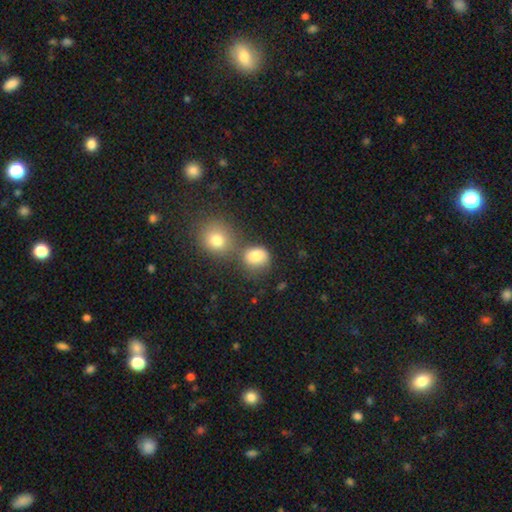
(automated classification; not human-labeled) Morphology: type=smooth (81%); roundness=round (71%); merging=none (50%).